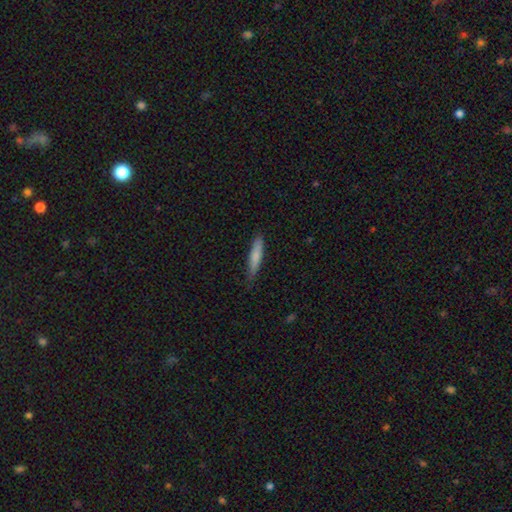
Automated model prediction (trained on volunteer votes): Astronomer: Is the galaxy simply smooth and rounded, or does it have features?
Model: smooth — 76%.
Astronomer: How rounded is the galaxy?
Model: cigar-shaped — 87%.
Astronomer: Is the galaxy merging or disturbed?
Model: none — 82%.